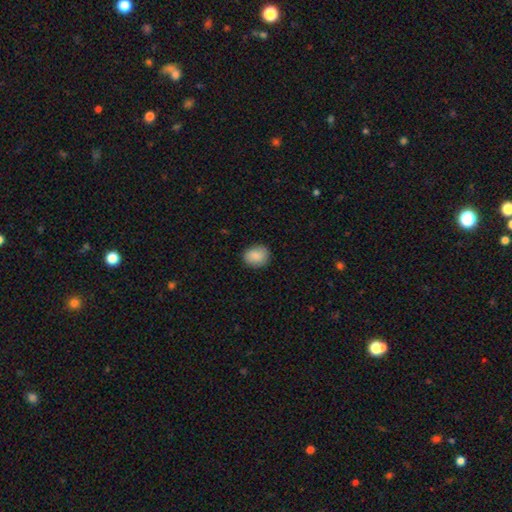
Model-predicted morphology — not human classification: smooth-or-featured: smooth: 88% | star or artifact: 7% | featured or disk: 5%
  how-rounded: round: 50% | in between: 49% | cigar-shaped: 1%
  merging: none: 85% | minor disturbance: 11% | major disturbance: 2% | merger: 1%